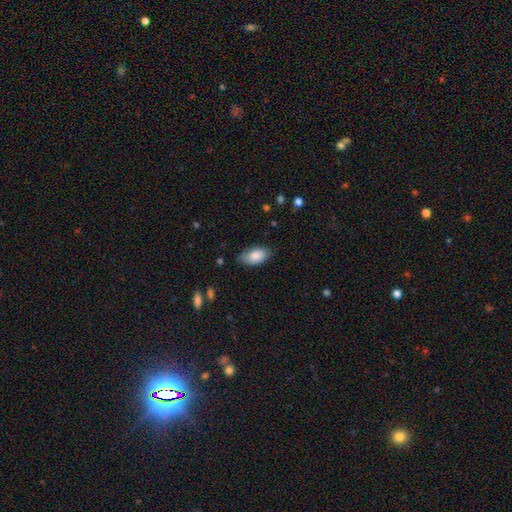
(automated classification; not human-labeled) Q: Smooth or featured?
A: smooth (84%); runner-up: featured or disk (9%)
Q: How rounded?
A: in between (94%); runner-up: round (4%)
Q: Merging?
A: none (73%); runner-up: minor disturbance (22%)